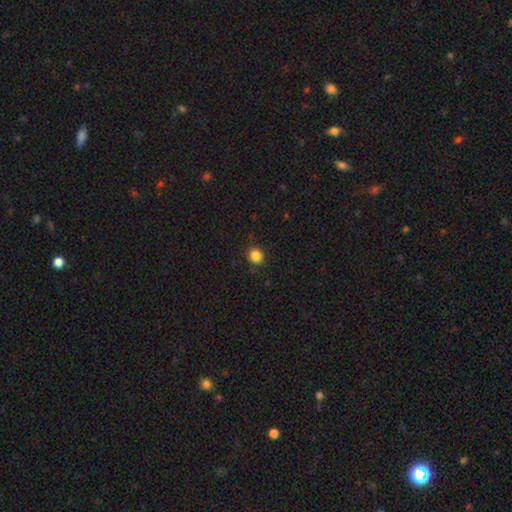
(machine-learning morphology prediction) smooth-or-featured: smooth: 85% | star or artifact: 11% | featured or disk: 4%
  how-rounded: round: 82% | in between: 17% | cigar-shaped: 1%
  merging: none: 90% | minor disturbance: 7% | major disturbance: 2% | merger: 1%